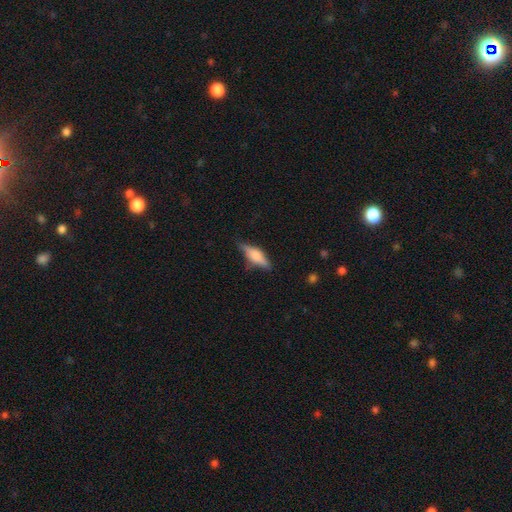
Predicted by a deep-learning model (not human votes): smooth_or_featured: smooth (p=0.53) [alt: featured or disk p=0.39]
how_rounded: in between (p=0.55) [alt: cigar-shaped p=0.42]
merging: none (p=0.72) [alt: minor disturbance p=0.21]